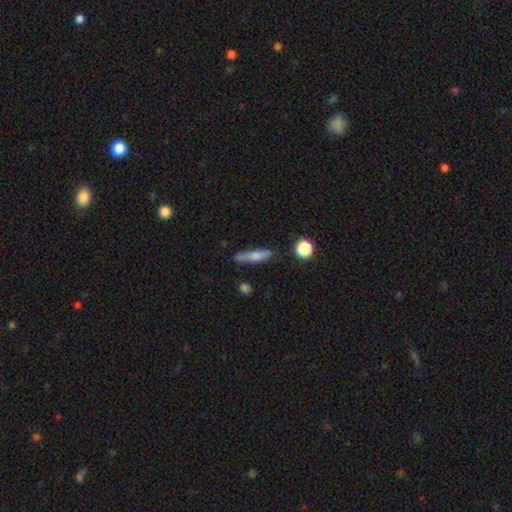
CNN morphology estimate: Smooth or featured? smooth (65%)
How rounded? cigar-shaped (78%)
Merging? none (81%)